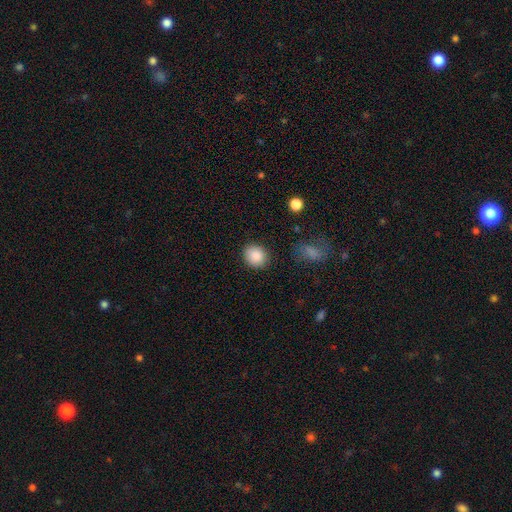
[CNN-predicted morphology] Overall: smooth (88%). How rounded: round (71%). Merging: none (86%).